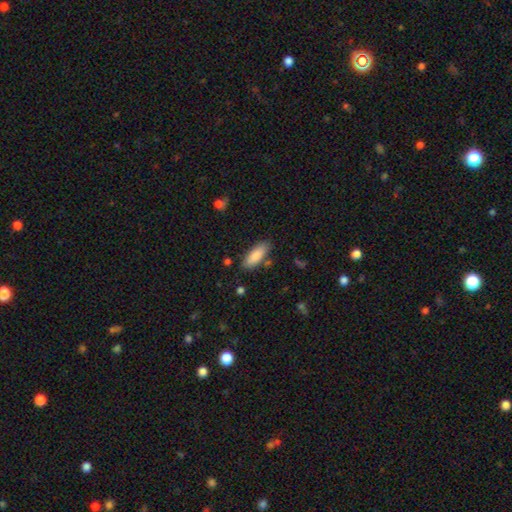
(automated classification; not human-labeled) smooth-or-featured: smooth: 86% | featured or disk: 8% | star or artifact: 6%
  how-rounded: in between: 71% | cigar-shaped: 27% | round: 2%
  merging: none: 81% | minor disturbance: 13% | merger: 3% | major disturbance: 3%